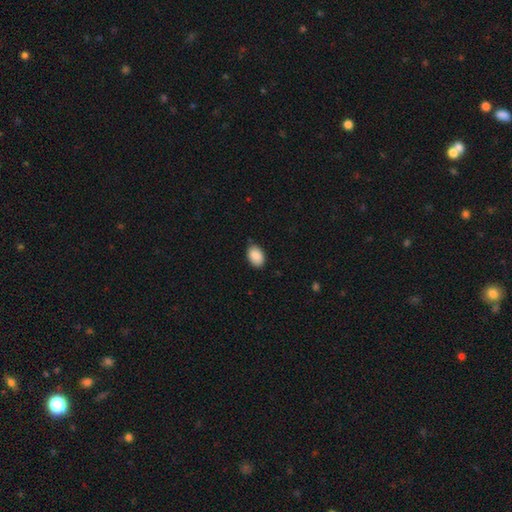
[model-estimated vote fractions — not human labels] Smooth or featured: smooth — 88% (star or artifact — 7%)
How rounded: in between — 85% (round — 14%)
Merging: none — 77% (minor disturbance — 19%)